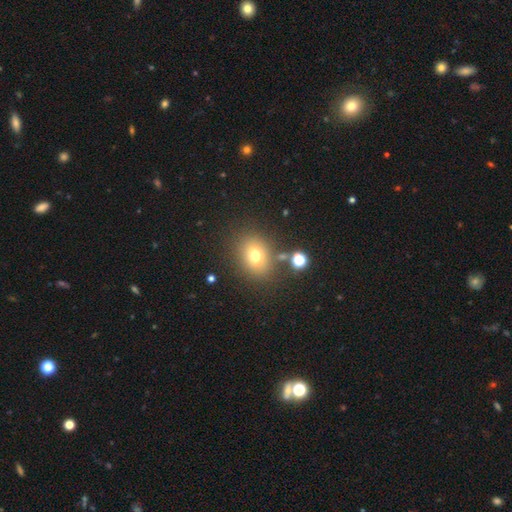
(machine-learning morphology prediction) This is likely a smooth galaxy (72%). How rounded: possibly in between (51%). Merging: likely none (78%).